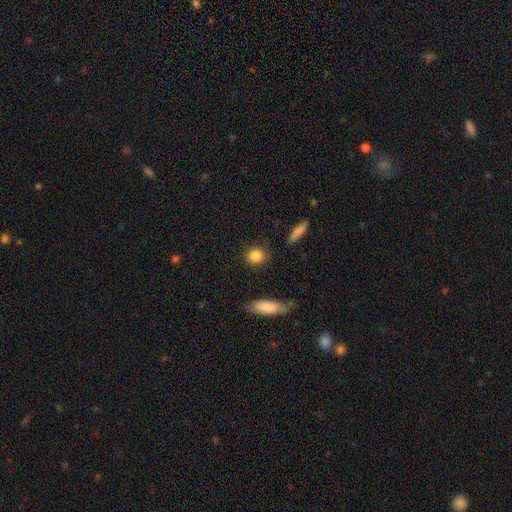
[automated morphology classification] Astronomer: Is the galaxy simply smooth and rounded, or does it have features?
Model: smooth — 86%.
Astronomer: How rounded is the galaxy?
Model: round — 79%.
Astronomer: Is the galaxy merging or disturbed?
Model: none — 87%.